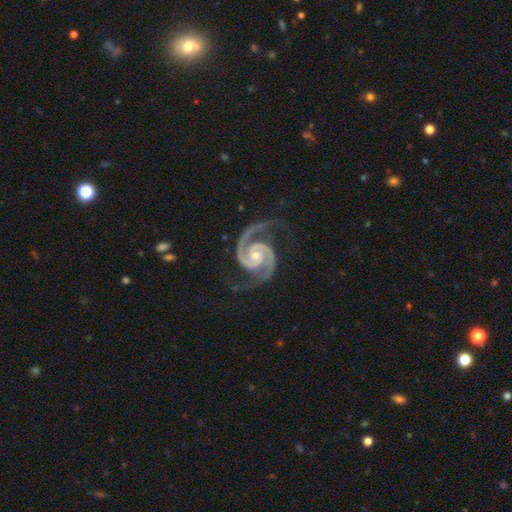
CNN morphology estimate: Smooth or featured? Predicted: featured or disk (p=0.95). Edge-on disk? Predicted: no (p=0.99). Bar? Predicted: no (p=0.67). Spiral arms? Predicted: yes (p=0.99). Spiral winding? Predicted: medium (p=0.56). Spiral arm count? Predicted: 2 (p=0.94). Bulge size? Predicted: small (p=0.51). Merging? Predicted: none (p=0.74).